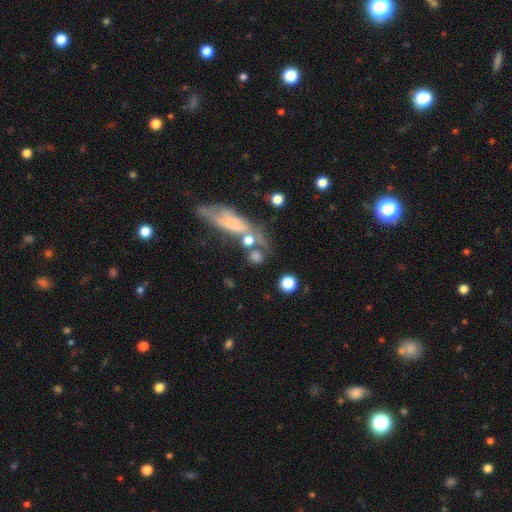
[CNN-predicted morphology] smooth 70%, featured or disk 15%, star or artifact 15%. Down the decision tree: how rounded — round (70%); merging — none (56%).